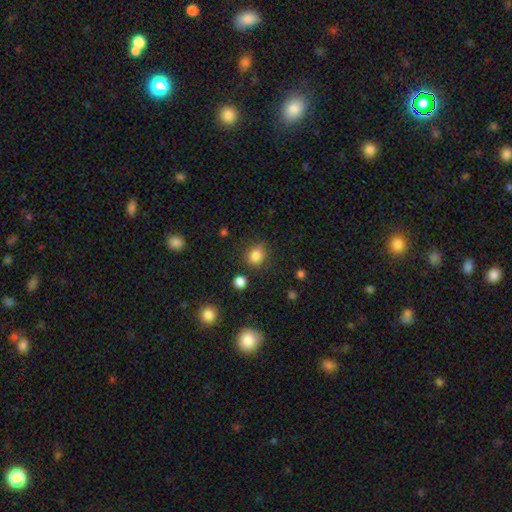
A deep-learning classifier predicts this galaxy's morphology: This appears to be a smooth galaxy with no disk features (84%) that is round (74%). Merging: none (82%).